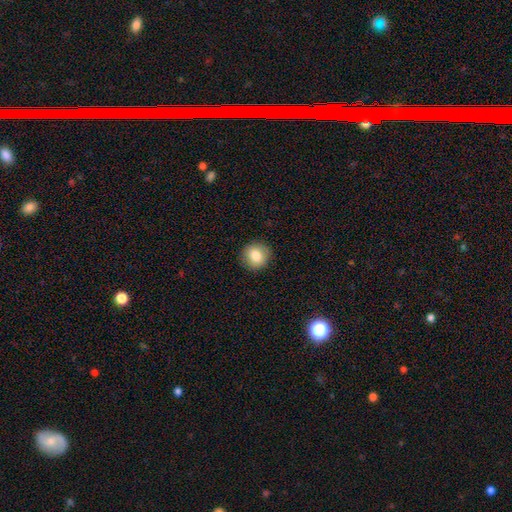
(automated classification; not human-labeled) smooth-or-featured: smooth: 81% | featured or disk: 10% | star or artifact: 9%
  how-rounded: round: 88% | in between: 11% | cigar-shaped: 1%
  merging: none: 90% | minor disturbance: 7% | major disturbance: 2% | merger: 1%